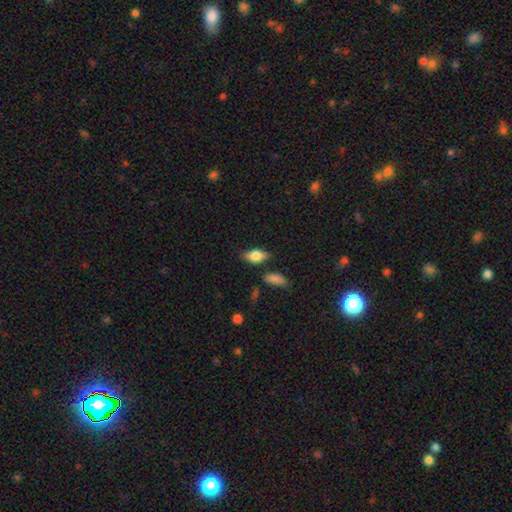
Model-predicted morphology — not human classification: This appears to be a smooth galaxy with no disk features (74%) that is in between round and cigar-shaped (85%). Merging: none (76%).